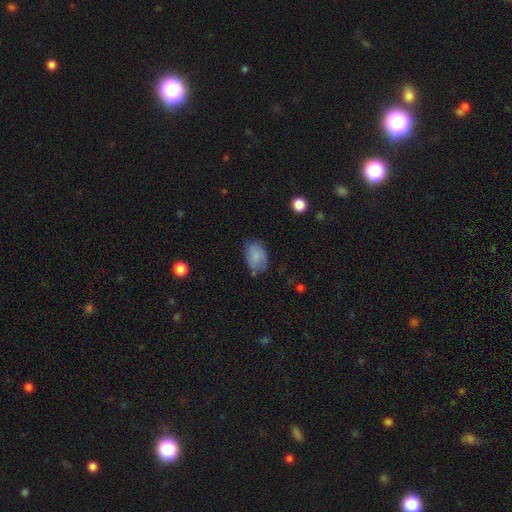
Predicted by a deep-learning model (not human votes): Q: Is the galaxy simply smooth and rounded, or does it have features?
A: smooth — 73%.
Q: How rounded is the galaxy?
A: in between — 83%.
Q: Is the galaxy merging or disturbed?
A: none — 63%.